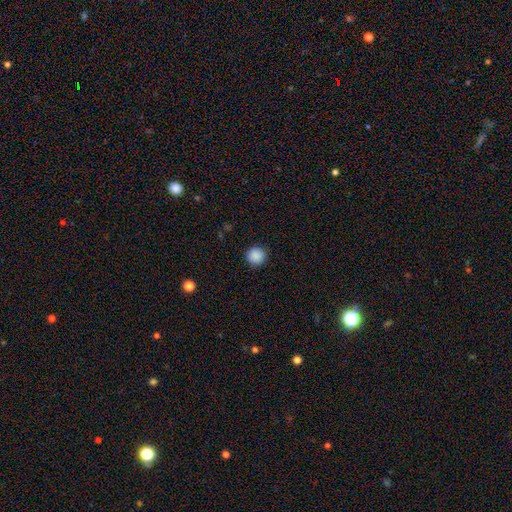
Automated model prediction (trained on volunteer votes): A smooth galaxy with no disk features (89%) that is round (95%).

Vote fractions:
- Smooth or featured? smooth: 89% / star or artifact: 9% / featured or disk: 2%
- How rounded? round: 95% / in between: 4% / cigar-shaped: 1%
- Merging? none: 91% / minor disturbance: 6% / major disturbance: 2% / merger: 1%